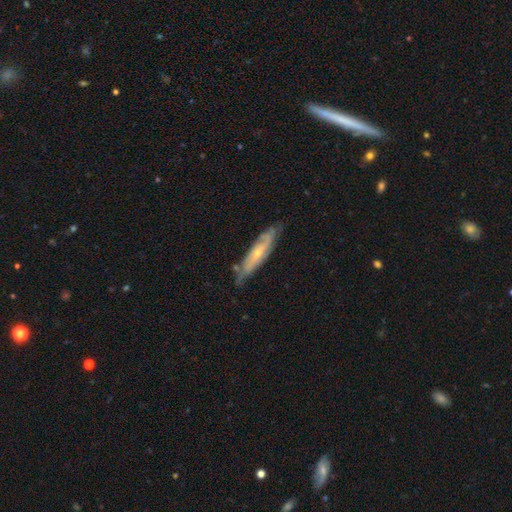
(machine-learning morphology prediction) smooth_or_featured: featured or disk (p=0.62) [alt: smooth p=0.30]
disk_edge_on: yes (p=0.62) [alt: no p=0.38]
merging: none (p=0.80) [alt: minor disturbance p=0.15]